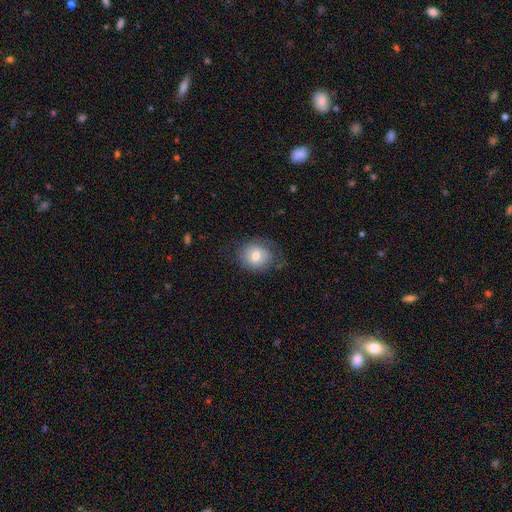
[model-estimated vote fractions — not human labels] smooth-or-featured: smooth: 61% | featured or disk: 30% | star or artifact: 9%
  how-rounded: round: 65% | in between: 34% | cigar-shaped: 1%
  merging: none: 69% | minor disturbance: 20% | major disturbance: 9% | merger: 1%